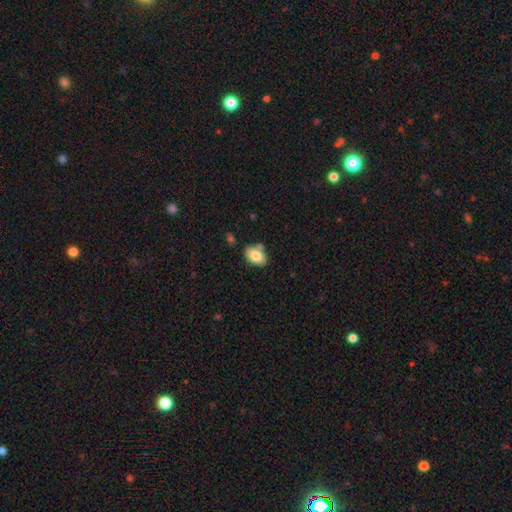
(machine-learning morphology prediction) The model was most divided on "merging": none: 70%, minor disturbance: 16%, merger: 11%, major disturbance: 3%. More confident: how rounded — in between (85%); smooth or featured — smooth (80%).